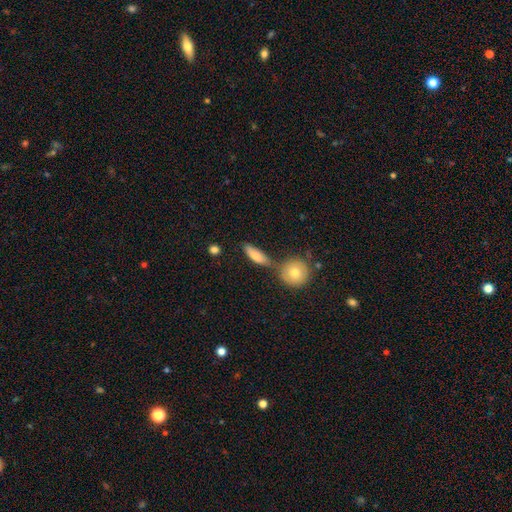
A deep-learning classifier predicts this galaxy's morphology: Smooth or featured? Predicted: smooth (p=0.78). How rounded? Predicted: in between (p=0.56). Merging? Predicted: none (p=0.55).